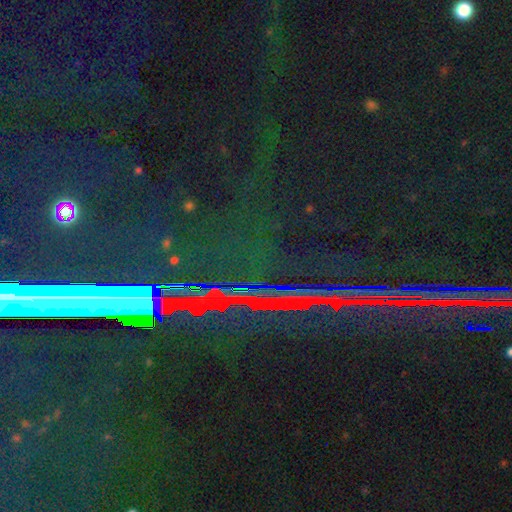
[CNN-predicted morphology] Smooth or featured: star or artifact — 85% (featured or disk — 8%)